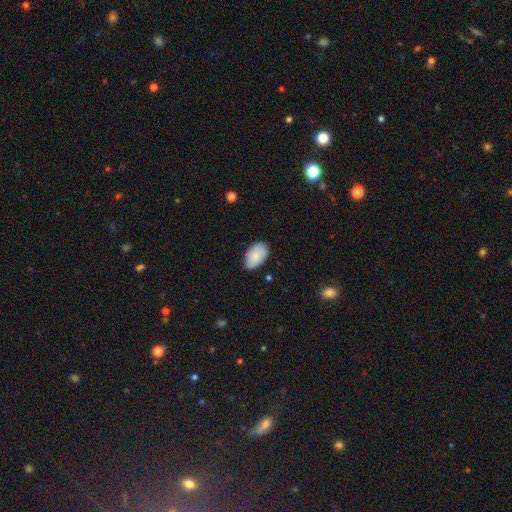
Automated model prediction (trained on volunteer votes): A smooth galaxy with no disk features (84%) that is in between round and cigar-shaped (94%).

Vote fractions:
- Smooth or featured? smooth: 84% / featured or disk: 10% / star or artifact: 6%
- How rounded? in between: 94% / round: 5% / cigar-shaped: 1%
- Merging? none: 79% / minor disturbance: 17% / major disturbance: 3% / merger: 1%